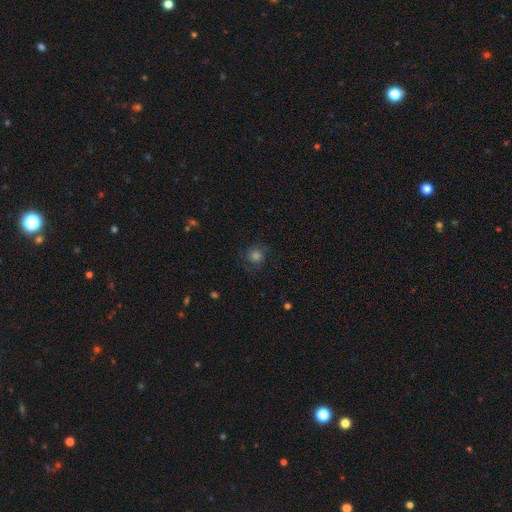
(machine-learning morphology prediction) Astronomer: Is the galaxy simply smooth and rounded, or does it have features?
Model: smooth — 63%.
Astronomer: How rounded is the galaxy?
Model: round — 87%.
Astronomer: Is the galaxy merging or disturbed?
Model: none — 73%.